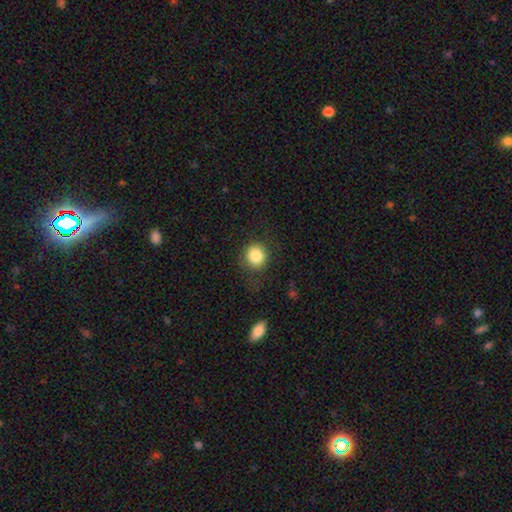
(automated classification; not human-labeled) Q: Smooth or featured?
A: smooth (85%); runner-up: star or artifact (10%)
Q: How rounded?
A: round (87%); runner-up: in between (12%)
Q: Merging?
A: none (82%); runner-up: minor disturbance (12%)